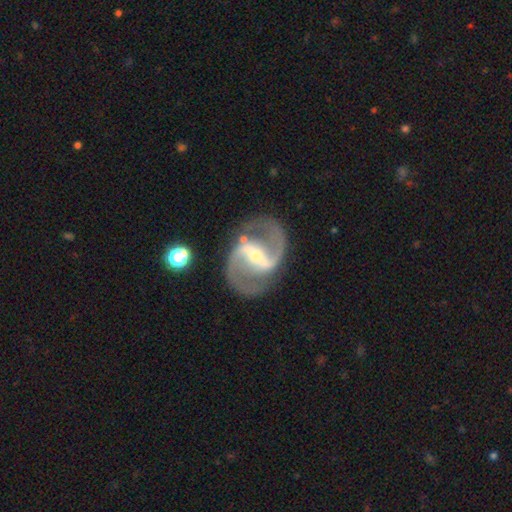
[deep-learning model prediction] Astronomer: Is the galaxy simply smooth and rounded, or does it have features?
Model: featured or disk — 92%.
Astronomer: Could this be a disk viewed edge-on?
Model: no — 98%.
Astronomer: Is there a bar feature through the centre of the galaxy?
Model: strong — 66%.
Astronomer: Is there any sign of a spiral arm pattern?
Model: yes — 98%.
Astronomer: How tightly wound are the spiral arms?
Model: medium — 61%.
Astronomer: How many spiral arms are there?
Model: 2 — 94%.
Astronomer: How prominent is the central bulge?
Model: small — 58%.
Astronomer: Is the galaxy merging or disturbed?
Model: none — 83%.